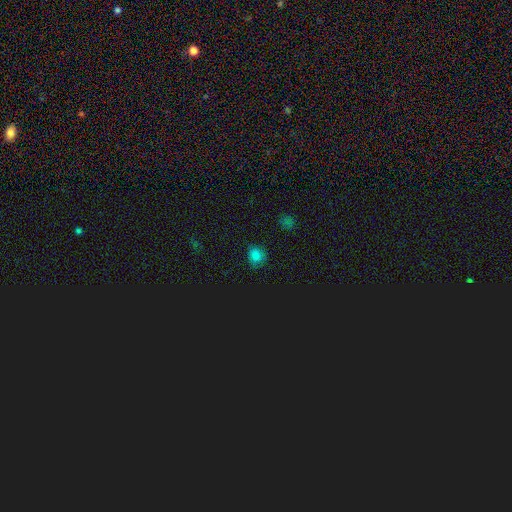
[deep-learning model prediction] Morphology: type=smooth (69%); roundness=round (70%); merging=none (77%).